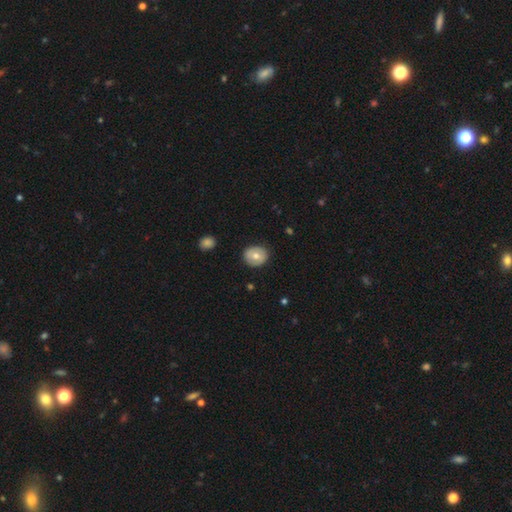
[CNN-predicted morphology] Smooth or featured? Predicted: smooth (p=0.65). How rounded? Predicted: round (p=0.72). Merging? Predicted: none (p=0.86).